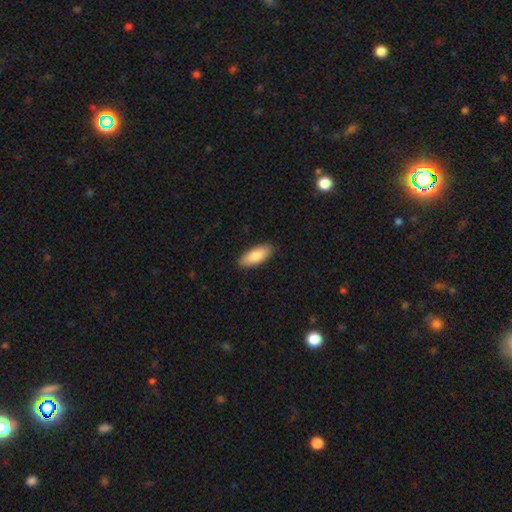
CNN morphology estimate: A smooth galaxy with no disk features (82%) that is in between round and cigar-shaped (83%). Merging: none (89%).